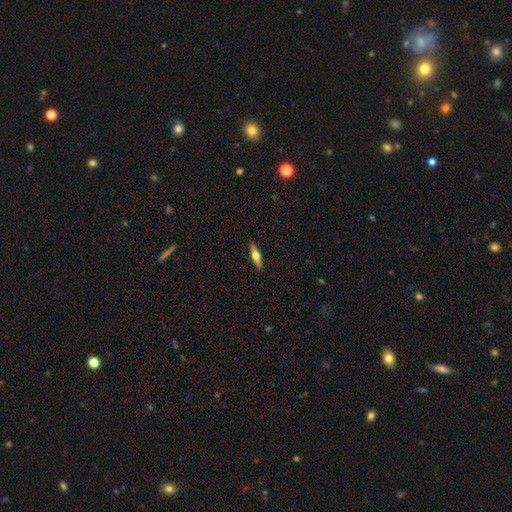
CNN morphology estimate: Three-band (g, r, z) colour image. It shows a smooth galaxy with no disk features (50%) that is cigar-shaped (66%). Merging: none (90%).